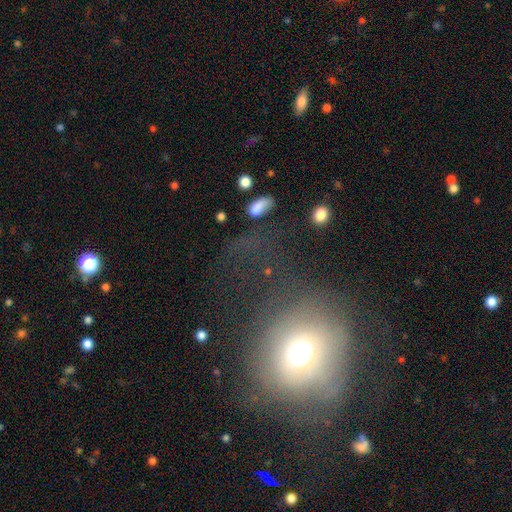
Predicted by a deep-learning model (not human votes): Smooth or featured: smooth — 49% (star or artifact — 30%)
Merging: none — 49% (major disturbance — 28%)